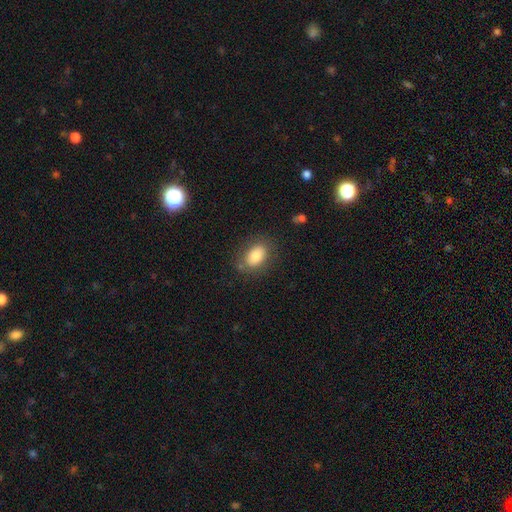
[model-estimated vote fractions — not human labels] Smooth or featured?
  - smooth: 83% *
  - featured or disk: 9%
  - star or artifact: 8%
How rounded?
  - in between: 84% *
  - round: 14%
  - cigar-shaped: 2%
Merging?
  - none: 78% *
  - minor disturbance: 14%
  - major disturbance: 5%
  - merger: 3%